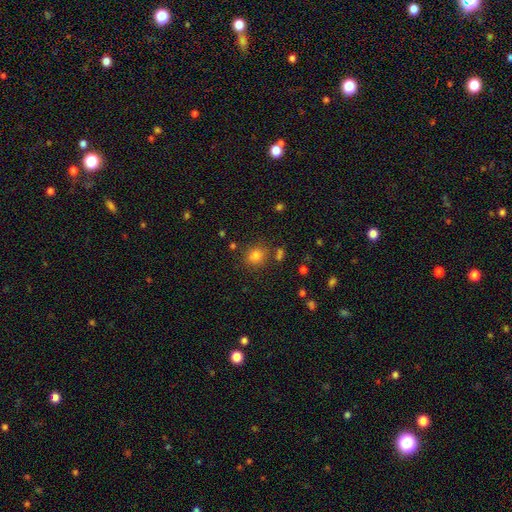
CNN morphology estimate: type=smooth (79%); roundness=round (73%); merging=none (79%).